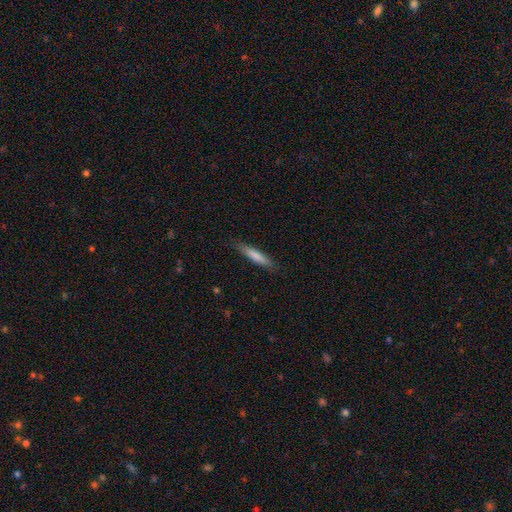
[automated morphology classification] smooth_or_featured: smooth (p=0.76) [alt: featured or disk p=0.18]
how_rounded: cigar-shaped (p=0.88) [alt: in between p=0.11]
merging: none (p=0.86) [alt: minor disturbance p=0.11]